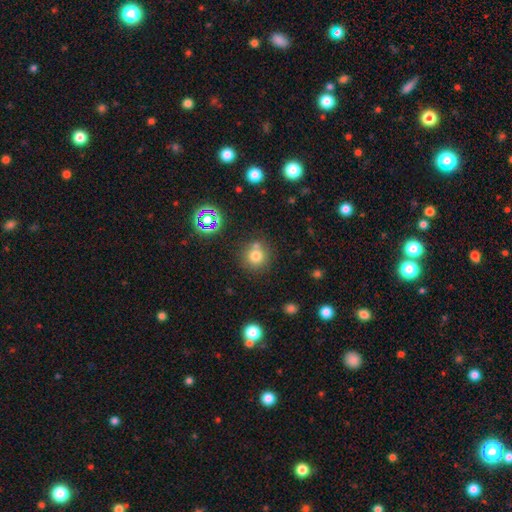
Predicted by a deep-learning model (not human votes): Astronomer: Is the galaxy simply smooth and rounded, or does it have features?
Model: smooth — 74%.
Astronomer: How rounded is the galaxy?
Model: round — 91%.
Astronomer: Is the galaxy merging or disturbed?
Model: none — 70%.